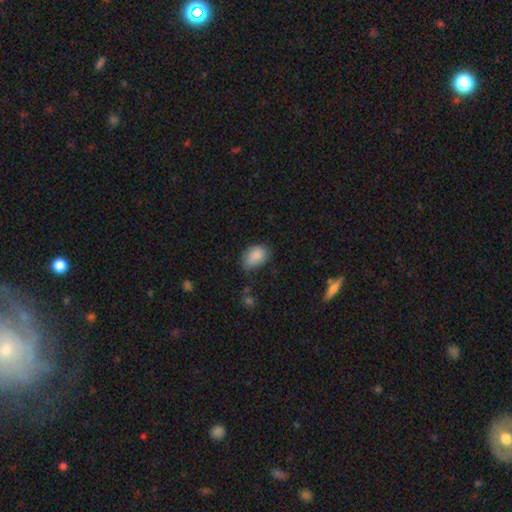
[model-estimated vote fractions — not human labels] Smooth or featured? Predicted: smooth (p=0.86). How rounded? Predicted: in between (p=0.81). Merging? Predicted: none (p=0.54).